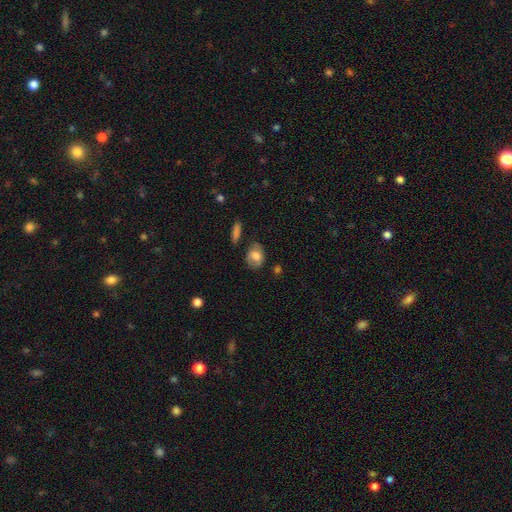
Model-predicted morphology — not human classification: Smooth or featured? Predicted: smooth (p=0.69). How rounded? Predicted: in between (p=0.63). Merging? Predicted: none (p=0.70).